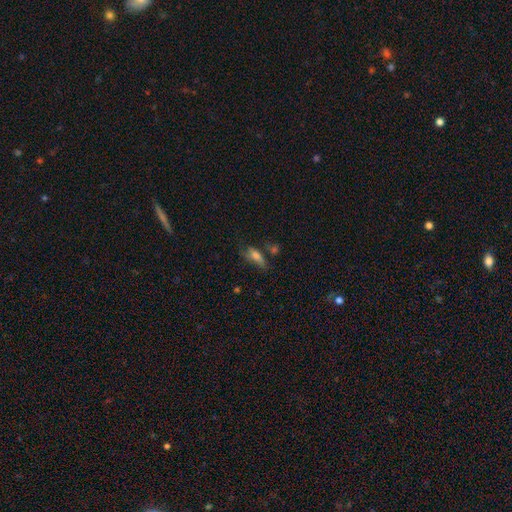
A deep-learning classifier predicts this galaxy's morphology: The model was most divided on "merging": none: 41%, minor disturbance: 28%, major disturbance: 21%, merger: 11%. More confident: how rounded — in between (67%); smooth or featured — smooth (66%).